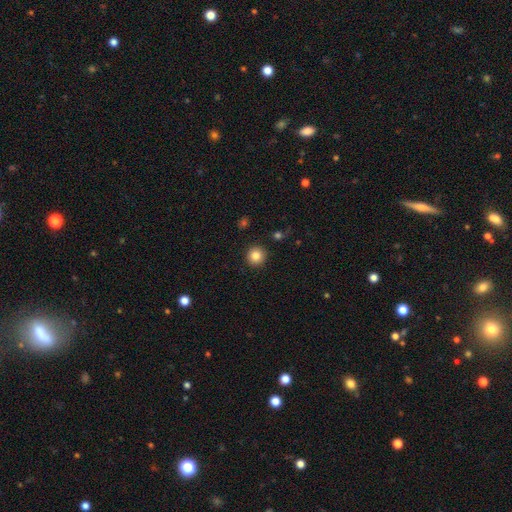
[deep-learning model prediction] Overall: smooth (84%). How rounded: round (95%). Merging: none (92%).